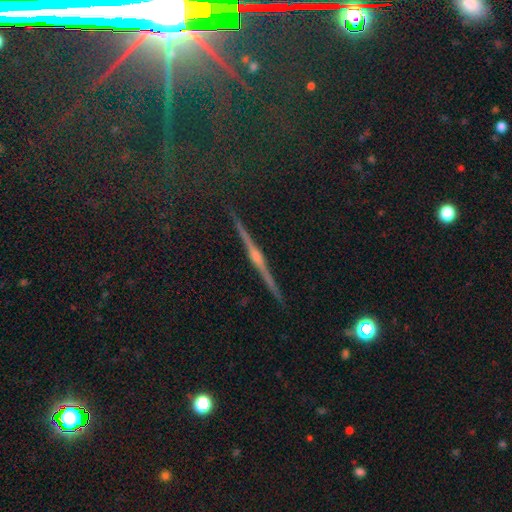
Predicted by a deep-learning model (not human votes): featured or disk 72%, star or artifact 18%, smooth 10%. Down the decision tree: edge-on disk — yes (97%); edge-on bulge — rounded (78%); merging — none (93%).